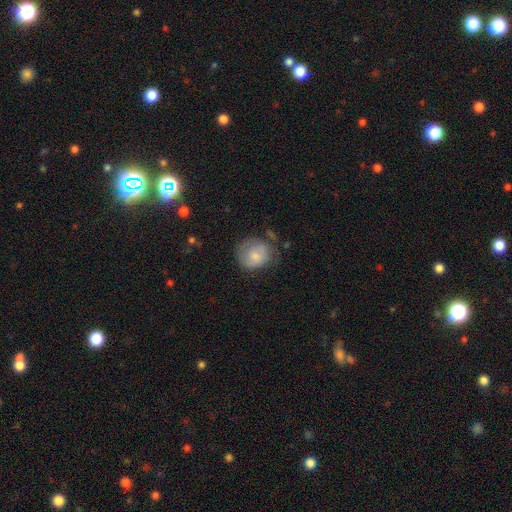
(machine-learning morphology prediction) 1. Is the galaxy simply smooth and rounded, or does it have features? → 67% smooth, 26% featured or disk, 7% star or artifact.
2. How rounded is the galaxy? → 79% round, 20% in between, 1% cigar-shaped.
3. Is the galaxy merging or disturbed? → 52% none, 30% minor disturbance, 15% major disturbance, 3% merger.